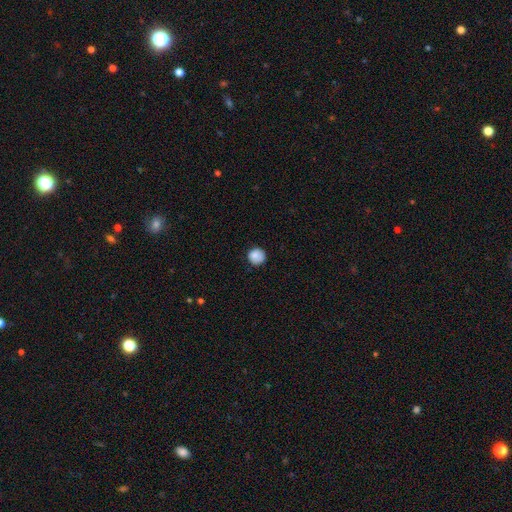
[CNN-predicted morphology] Q: Smooth or featured?
A: smooth (86%); runner-up: star or artifact (9%)
Q: How rounded?
A: round (93%); runner-up: in between (6%)
Q: Merging?
A: none (83%); runner-up: minor disturbance (13%)